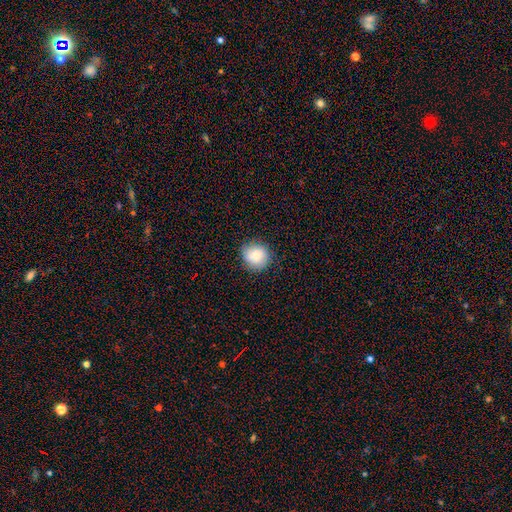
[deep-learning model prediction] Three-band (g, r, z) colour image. It shows a smooth galaxy with no disk features (84%) that is round (87%). Merging: none (85%).